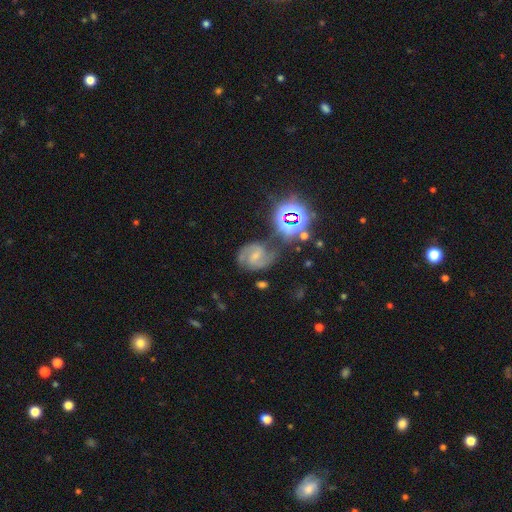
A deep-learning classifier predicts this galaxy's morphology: This appears to be a featured or disk galaxy (72%) with a weak bar (51%), 2 (86%) medium (57%) spiral arms (95%) and a small central bulge (55%). Merging: none (63%).